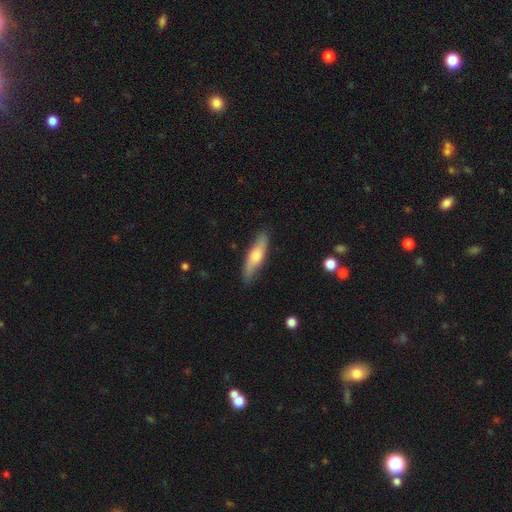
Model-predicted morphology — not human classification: The model was most divided on "smooth or featured": smooth: 55%, featured or disk: 39%, star or artifact: 5%. More confident: merging — none (84%); how rounded — cigar-shaped (69%).